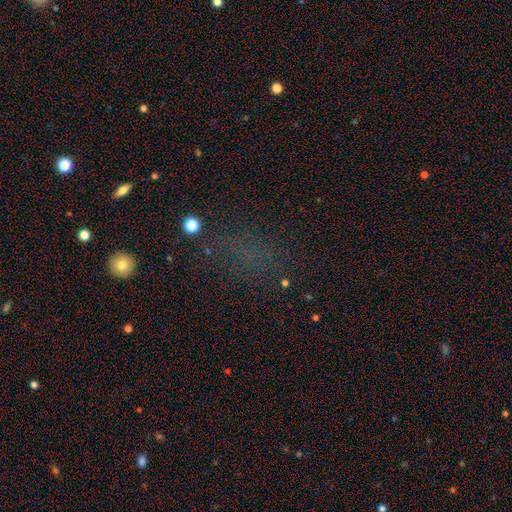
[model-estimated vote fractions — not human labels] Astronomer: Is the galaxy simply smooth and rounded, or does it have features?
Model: star or artifact — 45% (runner-up: smooth, 42%).